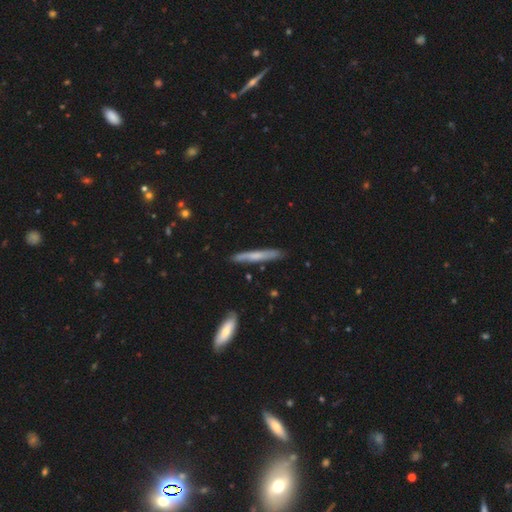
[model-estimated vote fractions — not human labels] Smooth or featured? smooth (55%)
How rounded? cigar-shaped (95%)
Merging? none (85%)